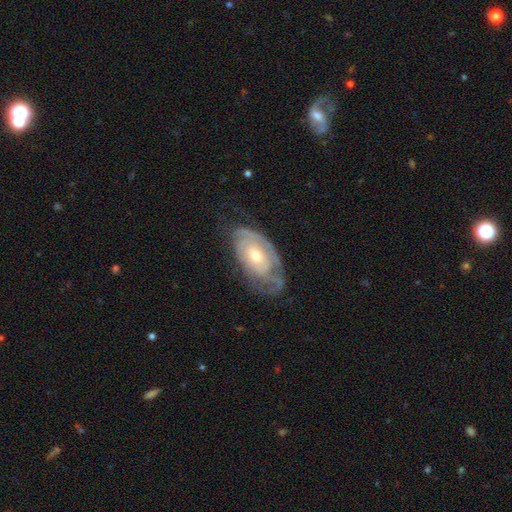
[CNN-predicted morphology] A featured or disk galaxy (74%) with no bar (79%), tight (71%) spiral arms (78%) and a small central bulge (48%).

Vote fractions:
- Smooth or featured? featured or disk: 74% / smooth: 20% / star or artifact: 6%
- Edge-on disk? no: 93% / yes: 7%
- Bar? no: 79% / weak: 17% / strong: 4%
- Spiral arms? yes: 78% / no: 22%
- Spiral winding? tight: 71% / medium: 21% / loose: 8%
- Spiral arm count? can't tell: 52% / 2: 23% / 1: 12% / 3: 7% / 4: 3% / more than 4: 3%
- Bulge size? small: 48% / moderate: 47% / large: 3% / none: 1% / dominant: 1%
- Merging? none: 56% / minor disturbance: 27% / major disturbance: 16% / merger: 2%